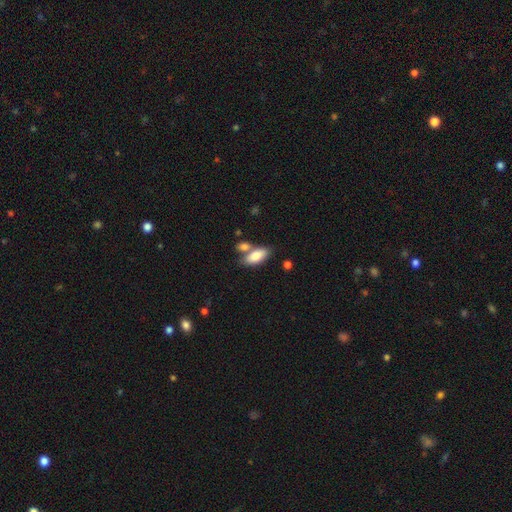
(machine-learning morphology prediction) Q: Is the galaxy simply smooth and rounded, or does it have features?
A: smooth — 82%.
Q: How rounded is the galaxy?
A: in between — 87%.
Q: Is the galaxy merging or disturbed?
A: none — 52%.